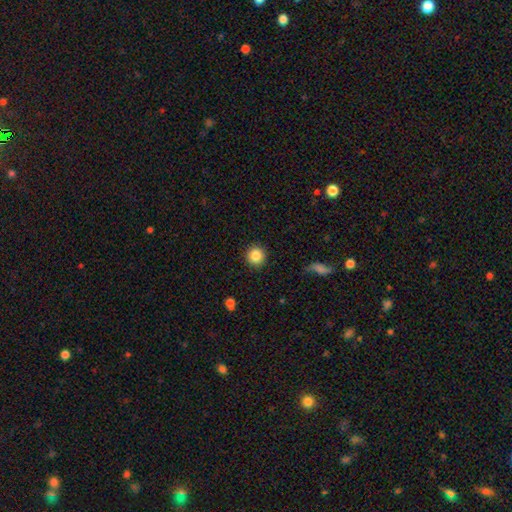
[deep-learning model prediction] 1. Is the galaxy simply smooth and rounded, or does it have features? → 86% smooth, 9% star or artifact, 5% featured or disk.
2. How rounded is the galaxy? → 94% round, 5% in between, 1% cigar-shaped.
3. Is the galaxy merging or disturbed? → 91% none, 5% minor disturbance, 2% major disturbance, 1% merger.